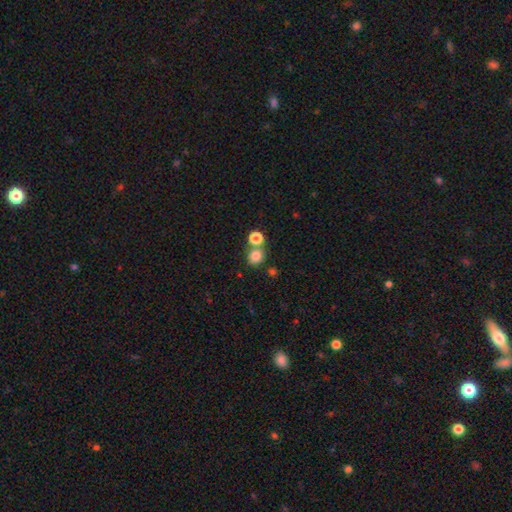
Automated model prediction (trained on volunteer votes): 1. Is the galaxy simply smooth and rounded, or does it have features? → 81% smooth, 13% star or artifact, 7% featured or disk.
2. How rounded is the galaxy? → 82% round, 17% in between, 1% cigar-shaped.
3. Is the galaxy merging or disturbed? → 61% none, 29% merger, 7% minor disturbance, 3% major disturbance.